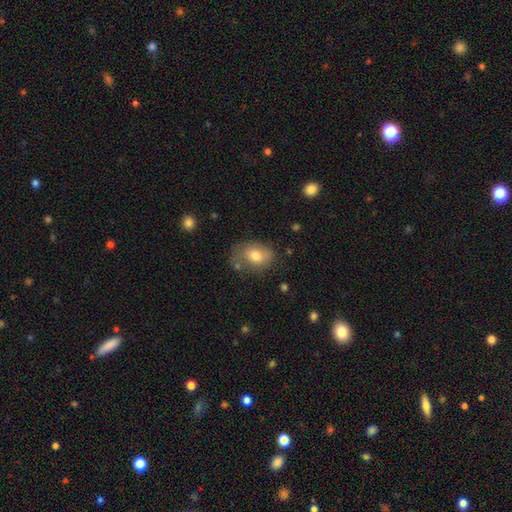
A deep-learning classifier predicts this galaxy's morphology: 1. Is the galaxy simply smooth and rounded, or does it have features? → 74% smooth, 17% featured or disk, 9% star or artifact.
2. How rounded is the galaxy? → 74% in between, 25% round, 1% cigar-shaped.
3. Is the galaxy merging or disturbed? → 57% none, 27% minor disturbance, 10% major disturbance, 6% merger.